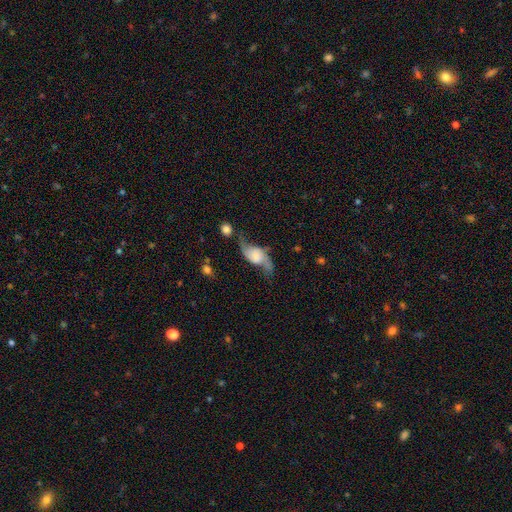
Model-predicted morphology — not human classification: The model was most divided on "bulge size": none: 28%, large: 24%, small: 19%, moderate: 16%, dominant: 13%. More confident: spiral arms — yes (93%); spiral arm count — 2 (93%); edge-on disk — no (92%); spiral winding — loose (82%); smooth or featured — featured or disk (76%); bar — no (62%); merging — none (53%).